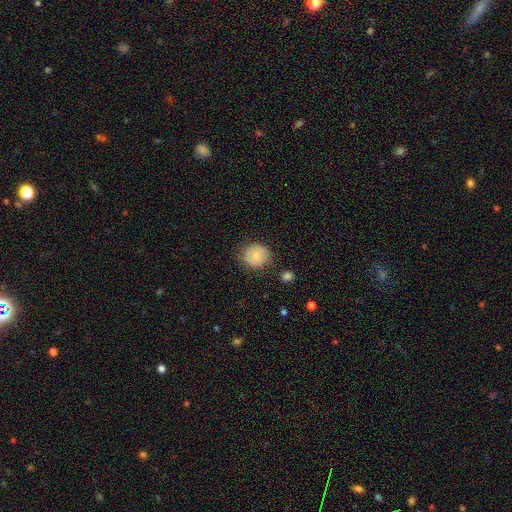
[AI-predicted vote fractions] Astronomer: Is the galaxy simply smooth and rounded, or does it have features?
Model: smooth — 71%.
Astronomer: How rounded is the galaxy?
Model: round — 89%.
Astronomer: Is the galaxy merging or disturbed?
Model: none — 78%.